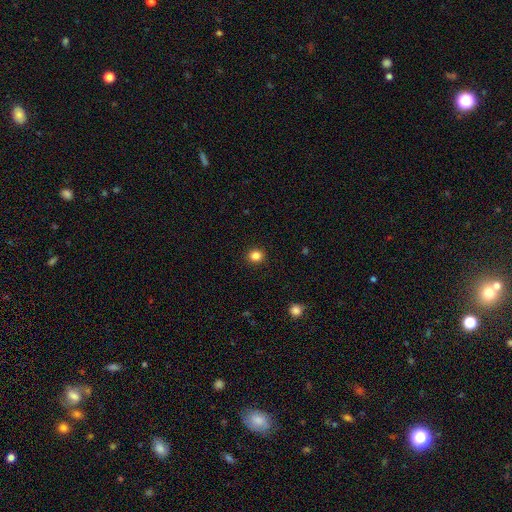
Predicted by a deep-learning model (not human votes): This is clearly a smooth galaxy (85%). How rounded: clearly round (82%). Merging: clearly none (92%).